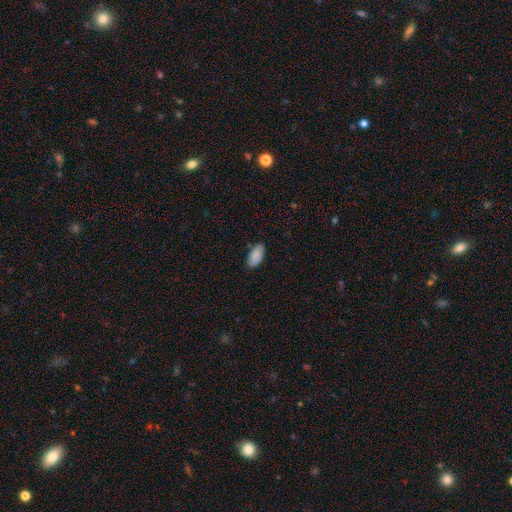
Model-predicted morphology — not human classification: Smooth or featured: smooth — 88% (featured or disk — 6%)
How rounded: in between — 94% (cigar-shaped — 4%)
Merging: none — 84% (minor disturbance — 12%)